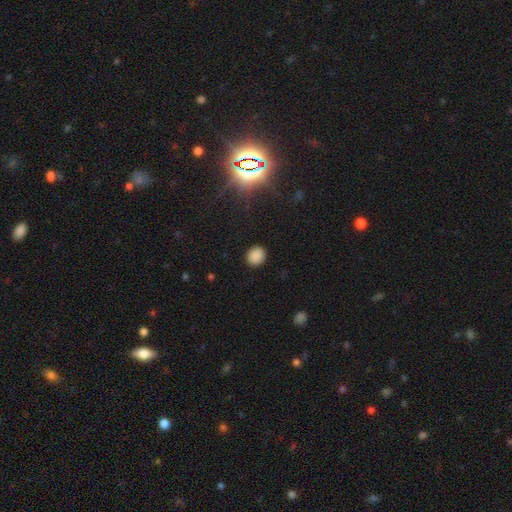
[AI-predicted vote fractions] Smooth or featured? Predicted: smooth (p=0.86). How rounded? Predicted: round (p=0.77). Merging? Predicted: none (p=0.90).